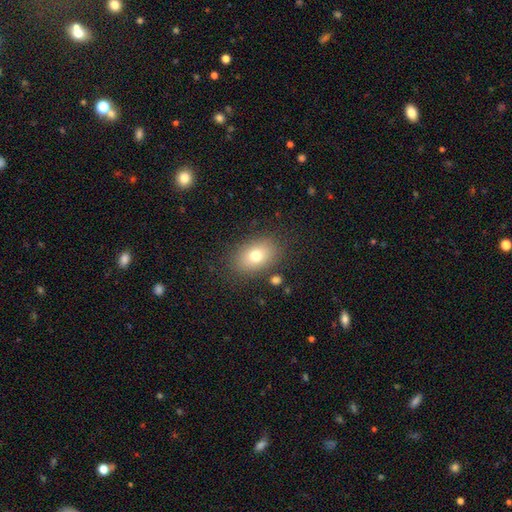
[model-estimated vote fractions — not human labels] The model was most divided on "smooth or featured": smooth: 76%, featured or disk: 14%, star or artifact: 10%. More confident: merging — none (83%); how rounded — in between (82%).